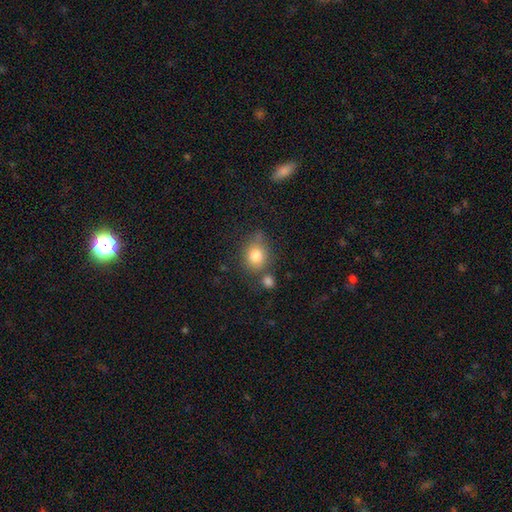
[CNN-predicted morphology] The model was most divided on "how rounded": round: 62%, in between: 37%, cigar-shaped: 1%. More confident: smooth or featured — smooth (81%); merging — none (58%).